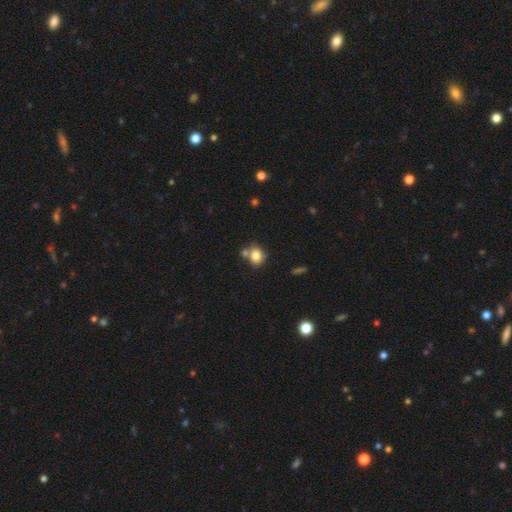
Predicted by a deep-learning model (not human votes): The model was most divided on "how rounded": round: 57%, in between: 42%, cigar-shaped: 1%. More confident: smooth or featured — smooth (80%); merging — none (56%).